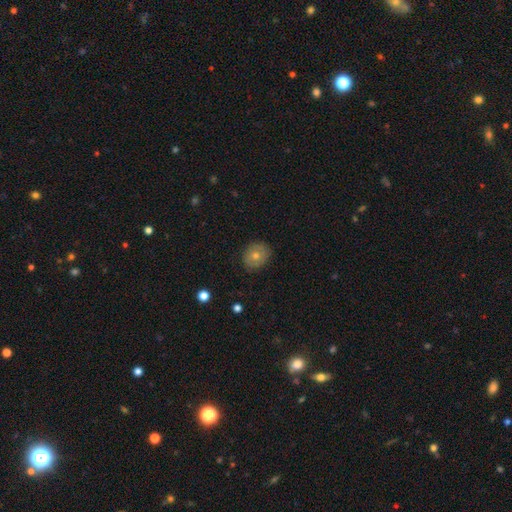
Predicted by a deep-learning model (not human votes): This appears to be a smooth galaxy with no disk features (60%) that is round (69%). Merging: none (86%).